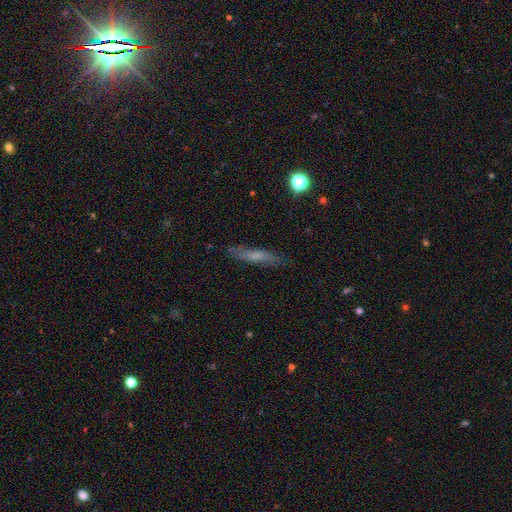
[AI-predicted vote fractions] smooth-or-featured: smooth: 55% | featured or disk: 35% | star or artifact: 9%
  how-rounded: cigar-shaped: 87% | in between: 11% | round: 2%
  merging: none: 80% | minor disturbance: 15% | major disturbance: 4% | merger: 2%